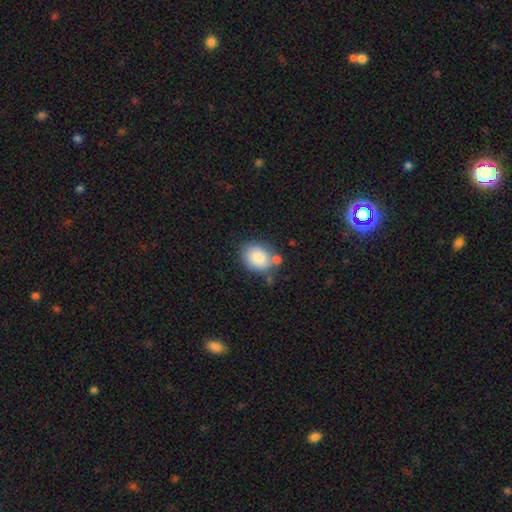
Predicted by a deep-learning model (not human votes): This appears to be a smooth galaxy with no disk features (86%) that is in between round and cigar-shaped (53%). Merging: none (62%).